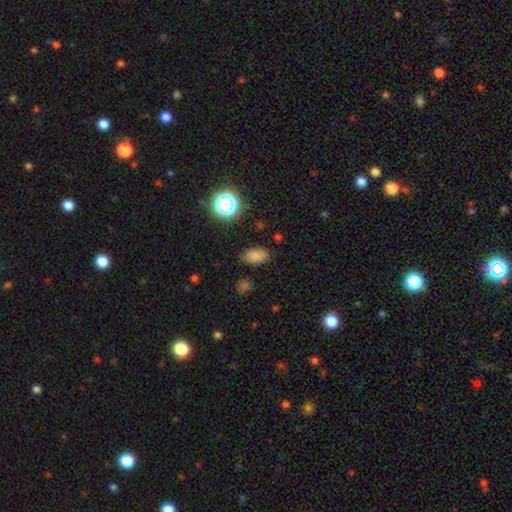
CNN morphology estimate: Overall: smooth (78%). How rounded: in between (89%). Merging: none (82%).